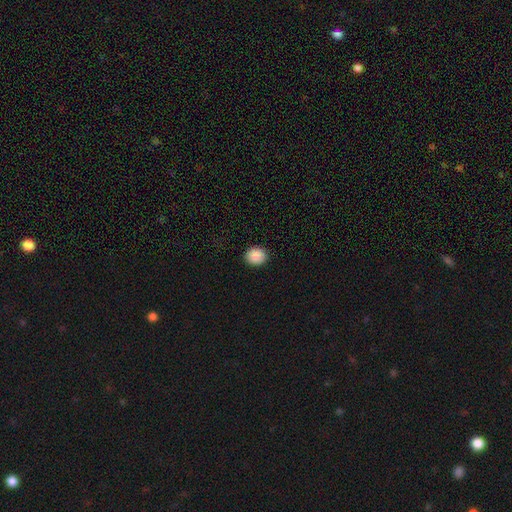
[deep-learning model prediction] Q: Smooth or featured?
A: smooth (90%); runner-up: star or artifact (8%)
Q: How rounded?
A: round (68%); runner-up: in between (31%)
Q: Merging?
A: none (91%); runner-up: minor disturbance (6%)